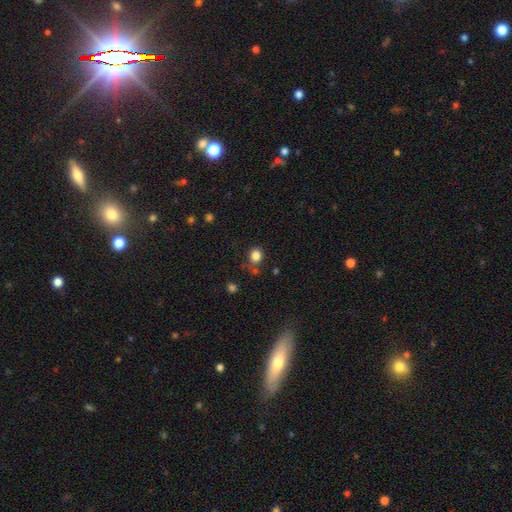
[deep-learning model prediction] A smooth galaxy with no disk features (83%) that is round (70%).

Vote fractions:
- Smooth or featured? smooth: 83% / star or artifact: 12% / featured or disk: 5%
- How rounded? round: 70% / in between: 29% / cigar-shaped: 1%
- Merging? none: 74% / minor disturbance: 15% / merger: 7% / major disturbance: 5%